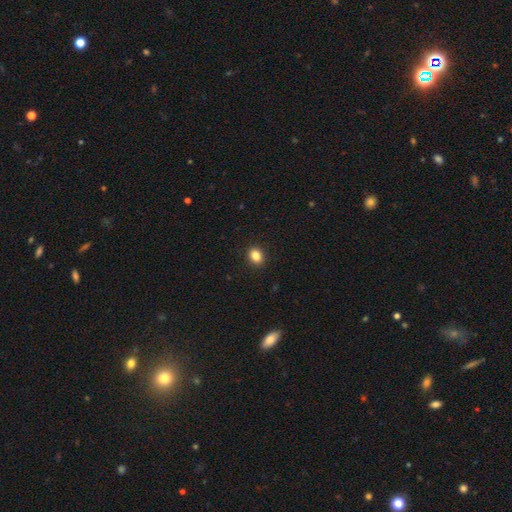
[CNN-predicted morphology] A smooth galaxy with no disk features (85%) that is in between round and cigar-shaped (53%).

Vote fractions:
- Smooth or featured? smooth: 85% / star or artifact: 10% / featured or disk: 5%
- How rounded? in between: 53% / round: 46% / cigar-shaped: 1%
- Merging? none: 91% / minor disturbance: 6% / major disturbance: 2% / merger: 1%